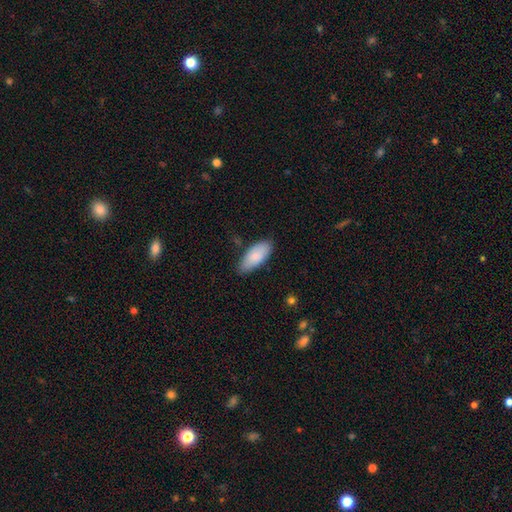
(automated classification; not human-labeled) Smooth or featured?
  - smooth: 84% *
  - featured or disk: 11%
  - star or artifact: 6%
How rounded?
  - in between: 87% *
  - cigar-shaped: 11%
  - round: 2%
Merging?
  - none: 78% *
  - minor disturbance: 18%
  - major disturbance: 3%
  - merger: 2%